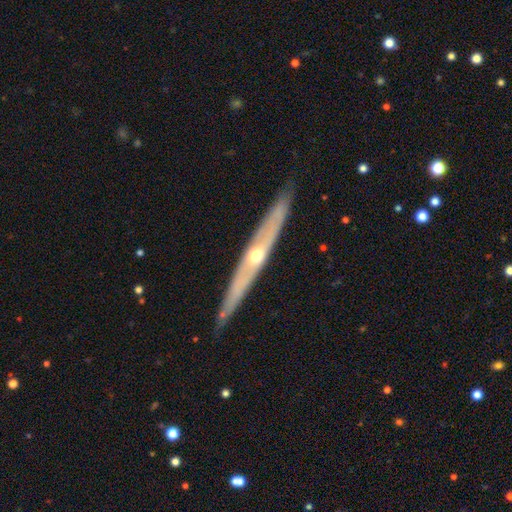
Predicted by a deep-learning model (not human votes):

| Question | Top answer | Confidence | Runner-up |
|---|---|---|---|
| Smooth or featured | featured or disk | 68% | smooth (27%) |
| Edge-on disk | yes | 90% | no (10%) |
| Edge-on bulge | rounded | 80% | none (18%) |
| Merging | none | 85% | minor disturbance (11%) |